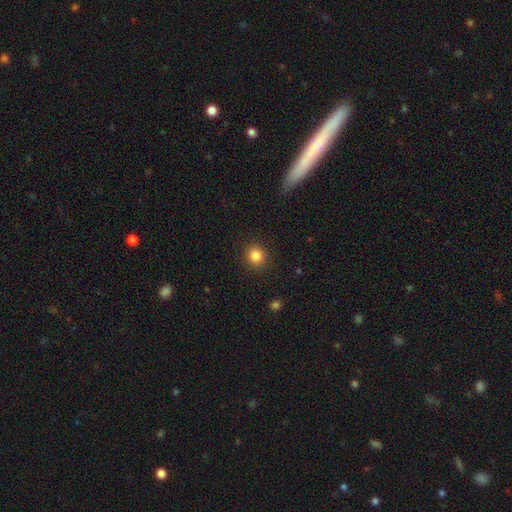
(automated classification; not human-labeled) Overall: smooth (84%). How rounded: round (90%). Merging: none (91%).